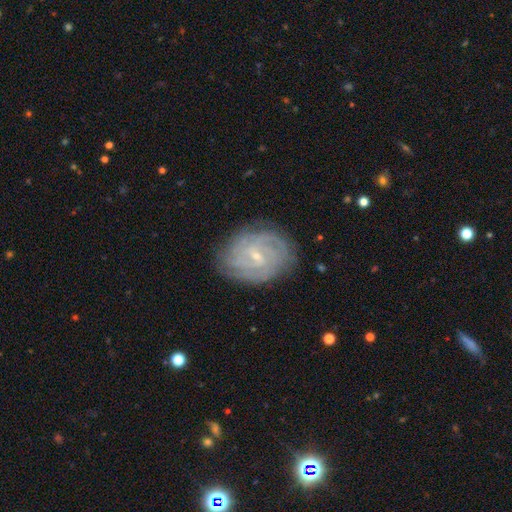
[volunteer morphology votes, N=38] Smooth or featured?
  - featured or disk: 89% *
  - smooth: 8%
  - star or artifact: 3%
Edge-on disk?
  - no: 100% *
  - yes: 0%
Bar?
  - weak: 71% *
  - no: 18%
  - strong: 12%
Spiral arms?
  - yes: 97% *
  - no: 3%
Spiral winding?
  - tight: 67% *
  - medium: 24%
  - loose: 9%
Spiral arm count?
  - can't tell: 30% *
  - 4: 21%
  - 3: 18%
  - 2: 15%
  - more than 4: 12%
  - 1: 3%
Bulge size?
  - small: 91% *
  - moderate: 6%
  - large: 3%
  - dominant: 0%
  - none: 0%
Merging?
  - none: 84% *
  - minor disturbance: 16%
  - major disturbance: 0%
  - merger: 0%